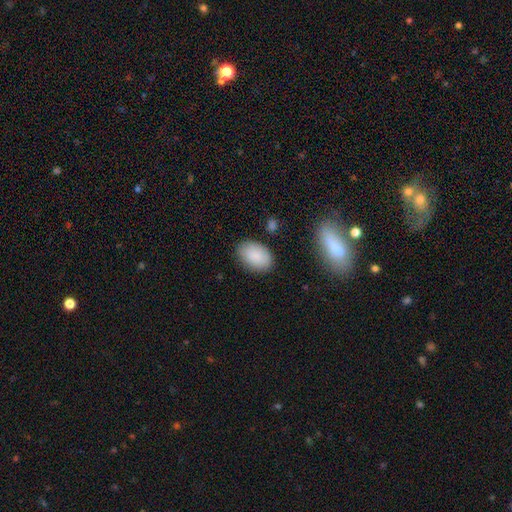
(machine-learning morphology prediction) Smooth or featured? smooth (88%)
How rounded? in between (89%)
Merging? none (83%)